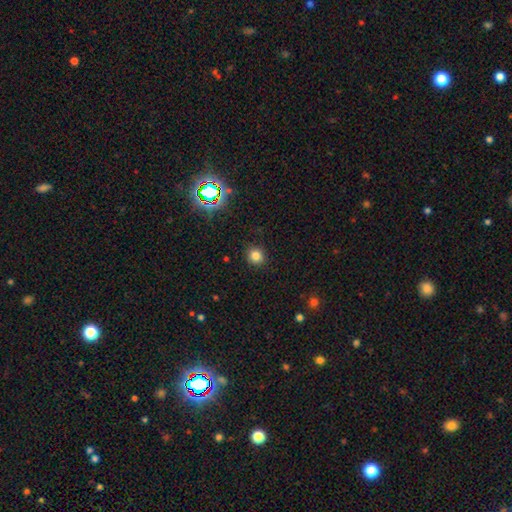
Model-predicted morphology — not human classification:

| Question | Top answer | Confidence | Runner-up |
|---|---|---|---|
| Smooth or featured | smooth | 80% | star or artifact (15%) |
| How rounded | round | 89% | in between (10%) |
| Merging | none | 91% | minor disturbance (6%) |